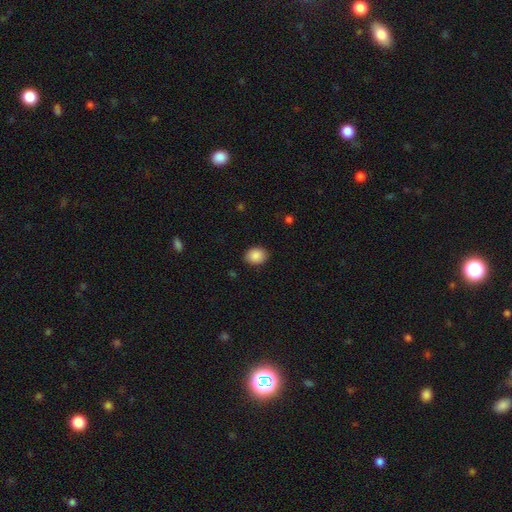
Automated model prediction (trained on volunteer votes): Smooth or featured? smooth (88%)
How rounded? in between (55%)
Merging? none (87%)